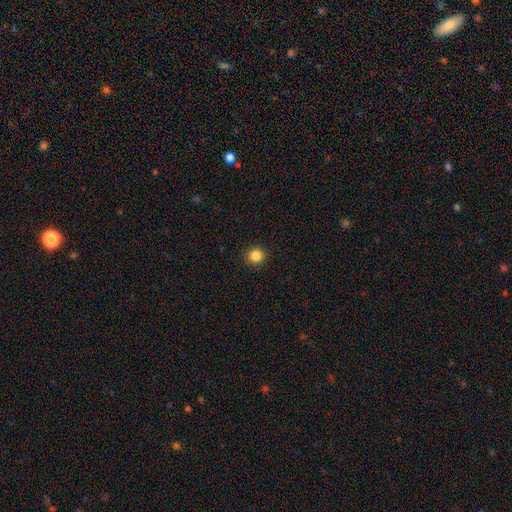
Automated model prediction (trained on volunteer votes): Smooth or featured? Predicted: smooth (p=0.86). How rounded? Predicted: round (p=0.92). Merging? Predicted: none (p=0.92).